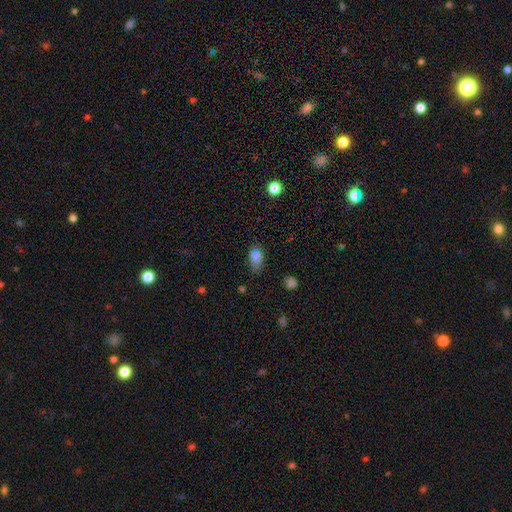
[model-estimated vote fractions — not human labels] This appears to be a smooth galaxy with no disk features (83%) that is in between round and cigar-shaped (82%). Merging: none (48%).